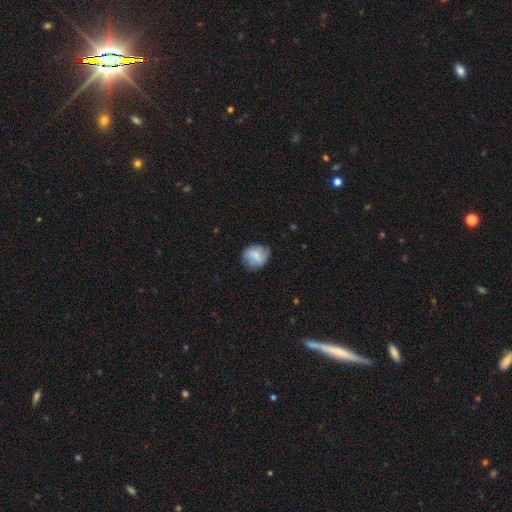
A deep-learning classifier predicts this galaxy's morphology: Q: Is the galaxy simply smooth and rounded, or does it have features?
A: smooth — 60%.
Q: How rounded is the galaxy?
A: round — 71%.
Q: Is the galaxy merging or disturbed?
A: none — 69%.